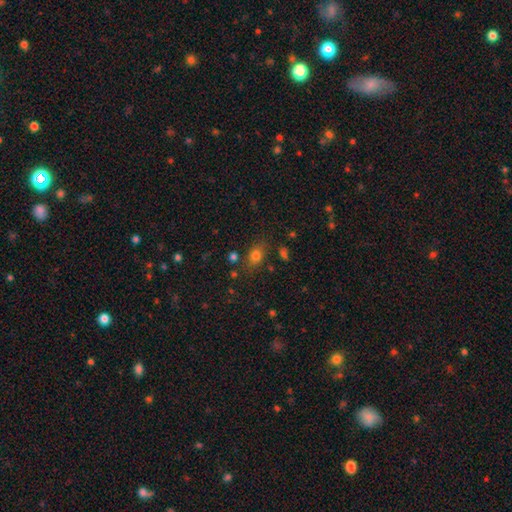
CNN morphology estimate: Smooth or featured? smooth (77%)
How rounded? in between (68%)
Merging? none (75%)